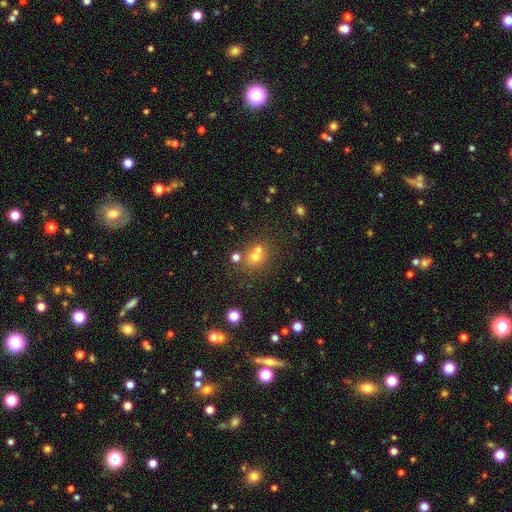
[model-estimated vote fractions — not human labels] A smooth galaxy with no disk features (61%) that is round (78%).

Vote fractions:
- Smooth or featured? smooth: 61% / star or artifact: 23% / featured or disk: 16%
- How rounded? round: 78% / in between: 21% / cigar-shaped: 1%
- Merging? none: 49% / merger: 40% / minor disturbance: 8% / major disturbance: 4%